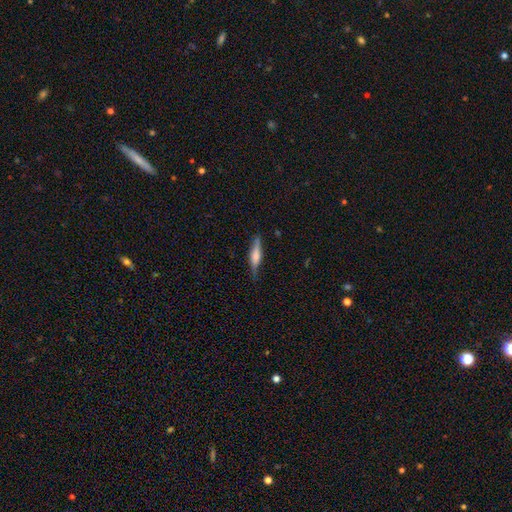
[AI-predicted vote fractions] This appears to be a smooth galaxy with no disk features (47%). Merging: none (79%).